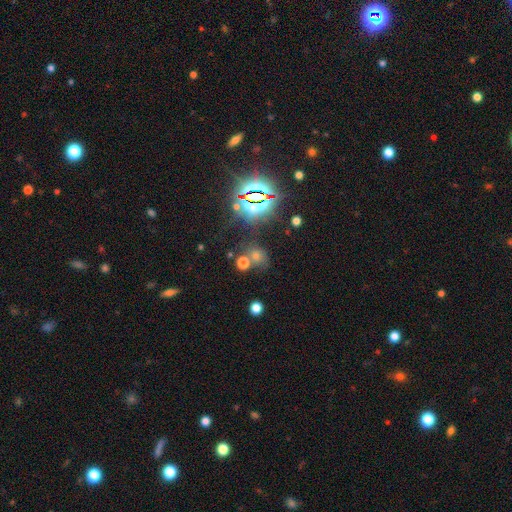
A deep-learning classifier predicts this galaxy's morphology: Smooth or featured: star or artifact — 58% (smooth — 31%)